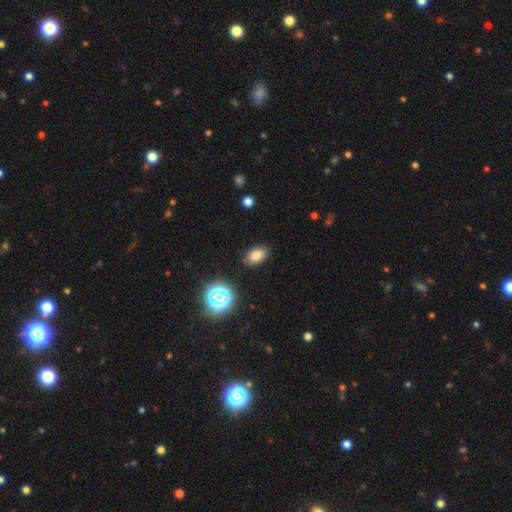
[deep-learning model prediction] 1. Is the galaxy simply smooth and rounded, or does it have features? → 78% smooth, 14% star or artifact, 8% featured or disk.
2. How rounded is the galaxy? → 85% in between, 13% round, 1% cigar-shaped.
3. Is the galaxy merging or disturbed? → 86% none, 10% minor disturbance, 3% major disturbance, 2% merger.